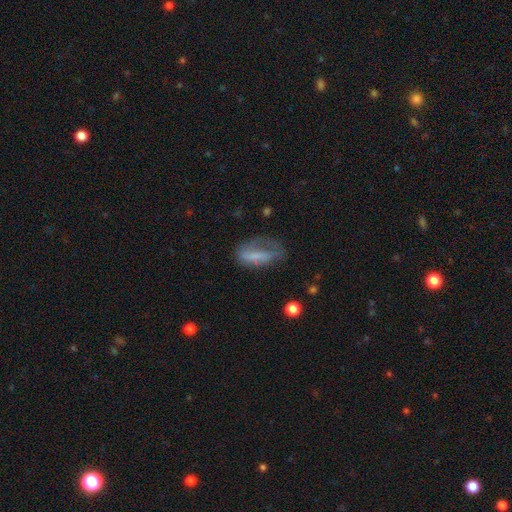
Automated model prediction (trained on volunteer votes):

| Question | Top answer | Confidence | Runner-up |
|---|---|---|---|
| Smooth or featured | smooth | 57% | featured or disk (33%) |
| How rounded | in between | 66% | cigar-shaped (29%) |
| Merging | none | 36% | major disturbance (33%) |